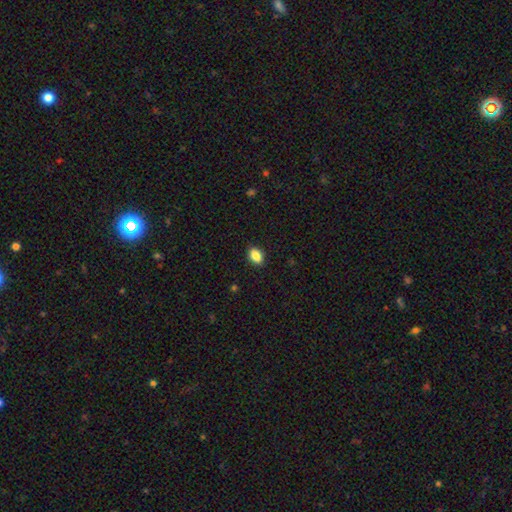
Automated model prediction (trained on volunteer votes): smooth-or-featured: smooth: 87% | star or artifact: 8% | featured or disk: 5%
  how-rounded: in between: 81% | round: 17% | cigar-shaped: 2%
  merging: none: 89% | minor disturbance: 8% | major disturbance: 2% | merger: 1%